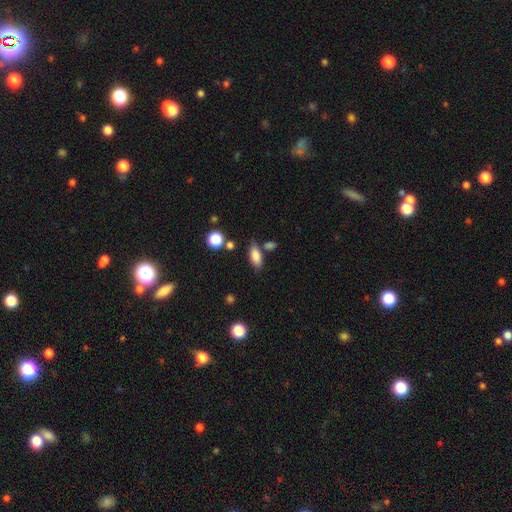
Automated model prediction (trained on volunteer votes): Morphology: type=smooth (82%); roundness=in between (80%); merging=none (70%).